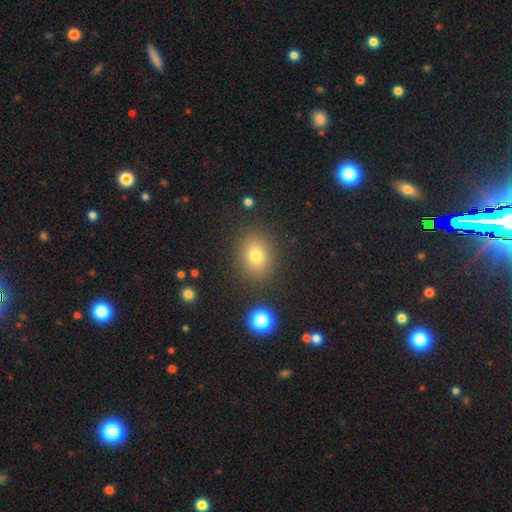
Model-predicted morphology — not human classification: Smooth or featured: smooth — 76% (star or artifact — 14%)
How rounded: round — 57% (in between — 42%)
Merging: none — 86% (minor disturbance — 8%)